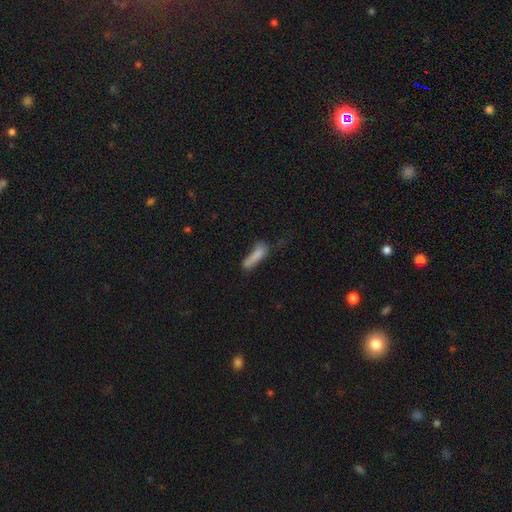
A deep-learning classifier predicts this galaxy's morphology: This appears to be a smooth galaxy with no disk features (78%) that is cigar-shaped (65%). Merging: none (41%).